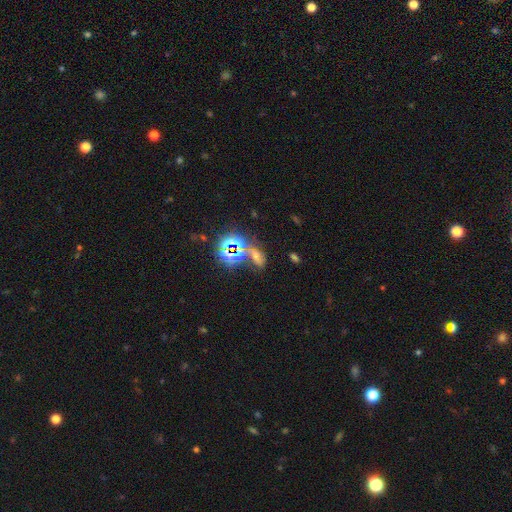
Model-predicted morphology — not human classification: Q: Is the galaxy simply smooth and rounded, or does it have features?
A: star or artifact — 55%.